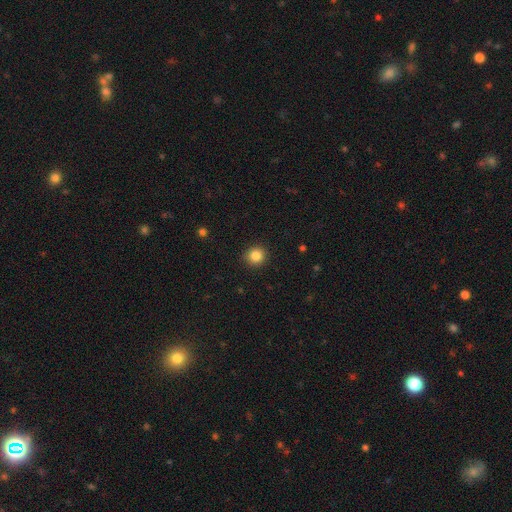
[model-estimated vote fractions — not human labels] Smooth or featured? Predicted: smooth (p=0.85). How rounded? Predicted: round (p=0.92). Merging? Predicted: none (p=0.91).